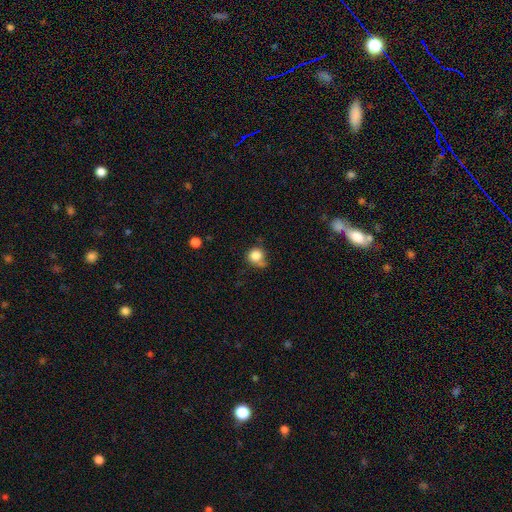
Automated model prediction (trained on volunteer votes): Smooth or featured?
  - smooth: 83% *
  - star or artifact: 10%
  - featured or disk: 8%
How rounded?
  - round: 86% *
  - in between: 13%
  - cigar-shaped: 1%
Merging?
  - none: 50% *
  - minor disturbance: 29%
  - major disturbance: 12%
  - merger: 9%